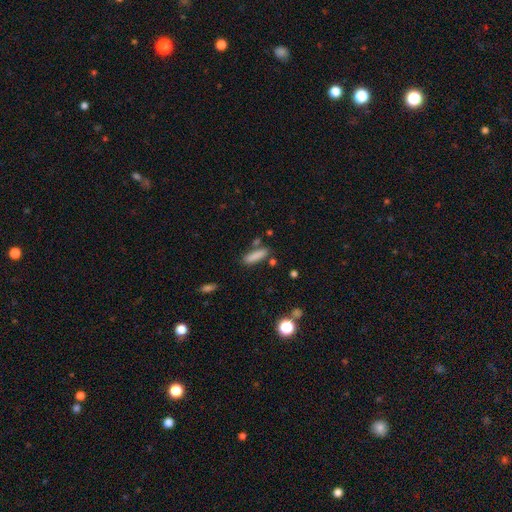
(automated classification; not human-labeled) Smooth or featured?
  - smooth: 85% *
  - star or artifact: 8%
  - featured or disk: 7%
How rounded?
  - cigar-shaped: 67% *
  - in between: 32%
  - round: 2%
Merging?
  - none: 77% *
  - minor disturbance: 13%
  - merger: 7%
  - major disturbance: 3%